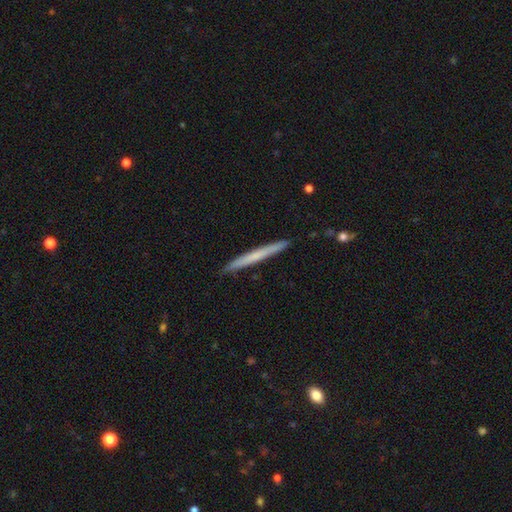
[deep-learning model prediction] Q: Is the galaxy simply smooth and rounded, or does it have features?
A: smooth — 53%.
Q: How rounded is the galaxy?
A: cigar-shaped — 97%.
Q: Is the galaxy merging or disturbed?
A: none — 92%.